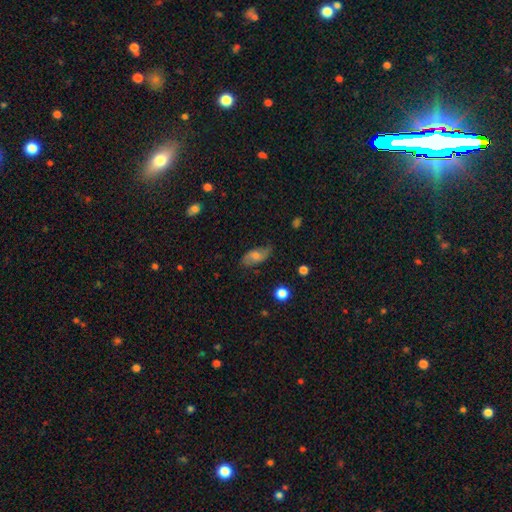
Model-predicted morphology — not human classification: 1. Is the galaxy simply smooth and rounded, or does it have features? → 49% smooth, 42% featured or disk, 9% star or artifact.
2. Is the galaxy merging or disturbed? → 71% none, 22% minor disturbance, 5% major disturbance, 1% merger.